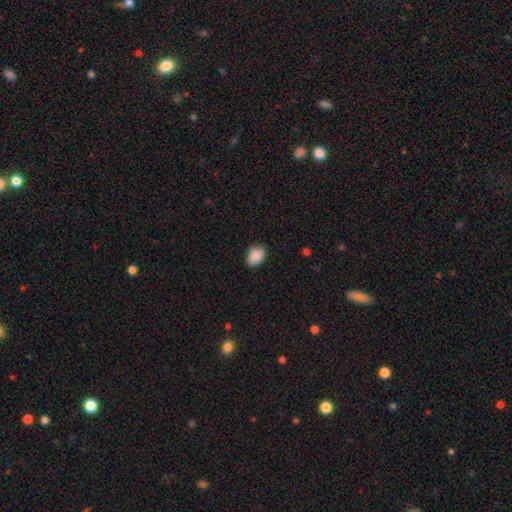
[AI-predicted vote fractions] A smooth galaxy with no disk features (89%) that is in between round and cigar-shaped (78%).

Vote fractions:
- Smooth or featured? smooth: 89% / star or artifact: 8% / featured or disk: 4%
- How rounded? in between: 78% / round: 21% / cigar-shaped: 1%
- Merging? none: 77% / minor disturbance: 19% / major disturbance: 3% / merger: 1%